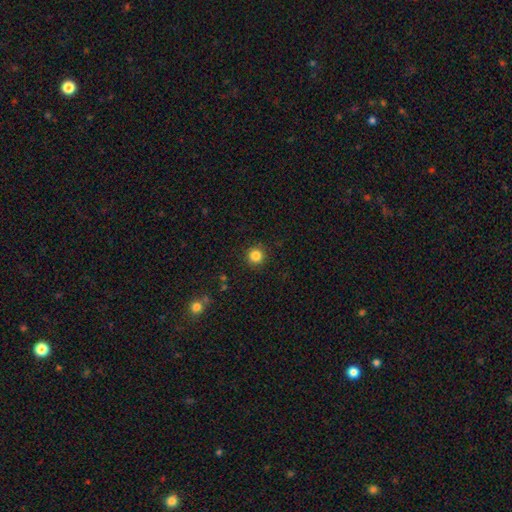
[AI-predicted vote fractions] Q: Smooth or featured?
A: smooth (84%); runner-up: star or artifact (12%)
Q: How rounded?
A: round (95%); runner-up: in between (4%)
Q: Merging?
A: none (92%); runner-up: minor disturbance (5%)